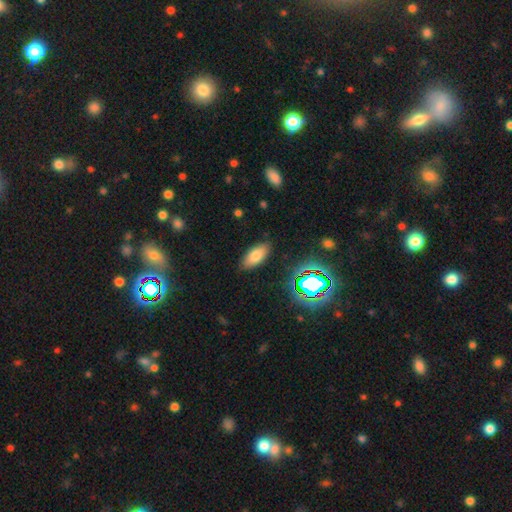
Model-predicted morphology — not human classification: Smooth or featured: smooth — 73% (star or artifact — 14%)
How rounded: in between — 87% (cigar-shaped — 9%)
Merging: none — 86% (minor disturbance — 10%)